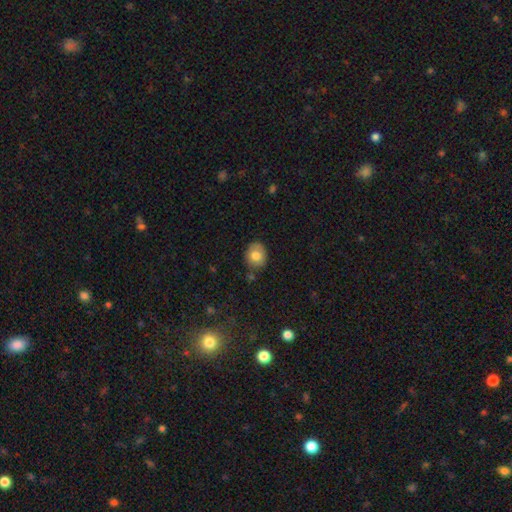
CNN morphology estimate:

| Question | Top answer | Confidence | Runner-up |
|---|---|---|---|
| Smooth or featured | smooth | 76% | featured or disk (15%) |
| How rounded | round | 60% | in between (39%) |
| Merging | none | 79% | minor disturbance (15%) |